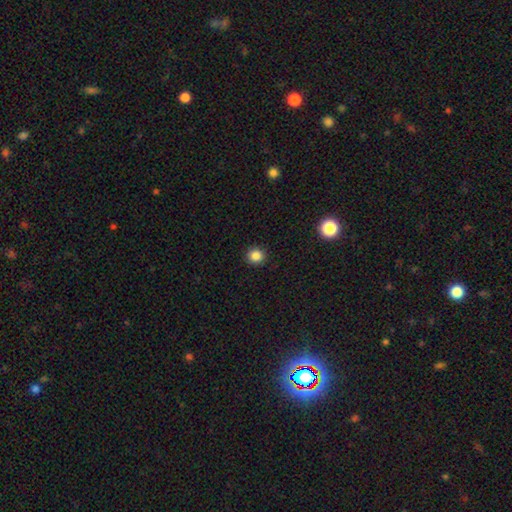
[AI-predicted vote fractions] Smooth or featured? Predicted: smooth (p=0.85). How rounded? Predicted: round (p=0.93). Merging? Predicted: none (p=0.92).